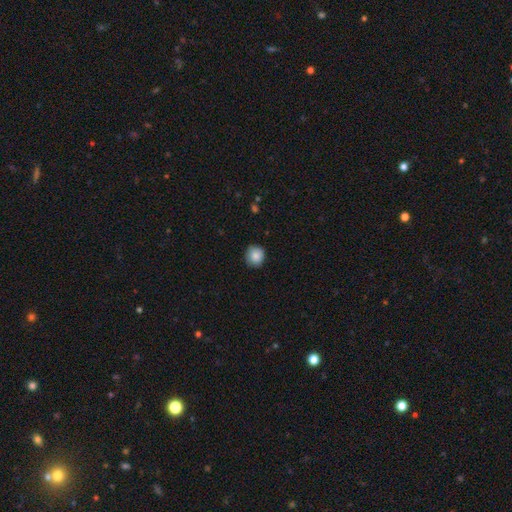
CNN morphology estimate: A smooth galaxy with no disk features (86%) that is round (86%). Merging: none (82%).